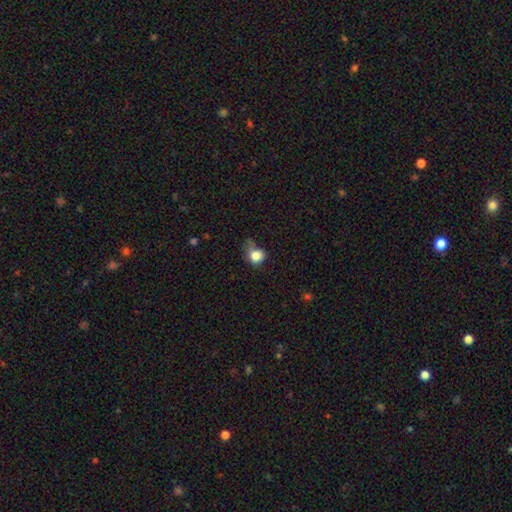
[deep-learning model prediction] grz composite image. It shows a smooth galaxy with no disk features (82%) that is round (67%). Merging: minor disturbance (36%).